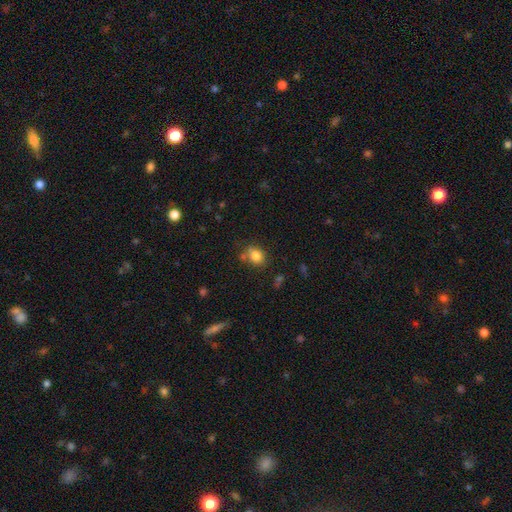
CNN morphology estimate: Q: Smooth or featured?
A: smooth (81%); runner-up: star or artifact (11%)
Q: How rounded?
A: round (56%); runner-up: in between (43%)
Q: Merging?
A: none (63%); runner-up: minor disturbance (17%)